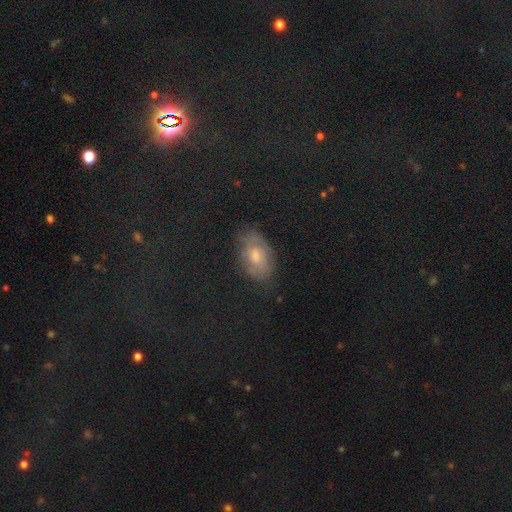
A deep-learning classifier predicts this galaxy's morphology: A star or artifact, not a galaxy (40%).